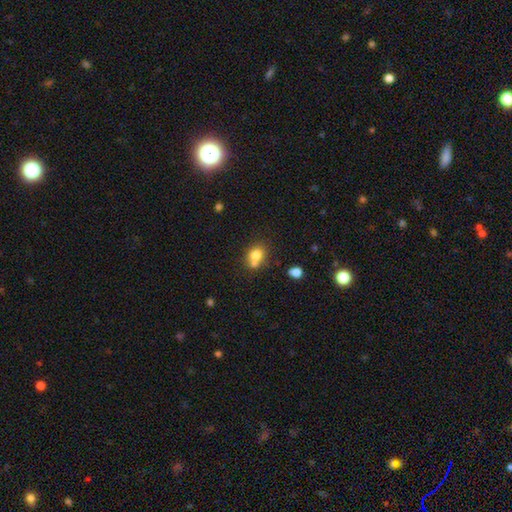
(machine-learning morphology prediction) The model was most divided on "merging": none: 44%, merger: 42%, minor disturbance: 11%, major disturbance: 4%. More confident: smooth or featured — smooth (76%); how rounded — round (65%).